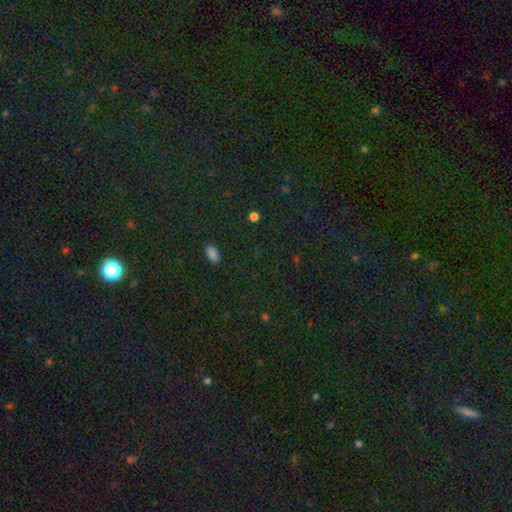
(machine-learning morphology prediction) A star or artifact, not a galaxy (73%).